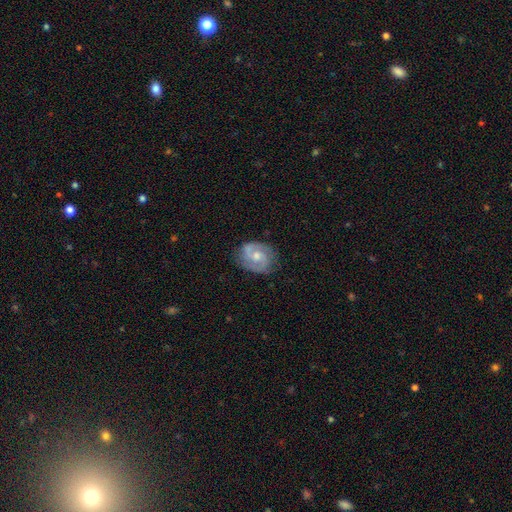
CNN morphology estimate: type=featured or disk (79%); edge-on=no (98%); bar=no (53%); spiral arms=yes (94%); winding=medium (51%); arm count=2 (86%); bulge=moderate (60%); merging=none (77%).